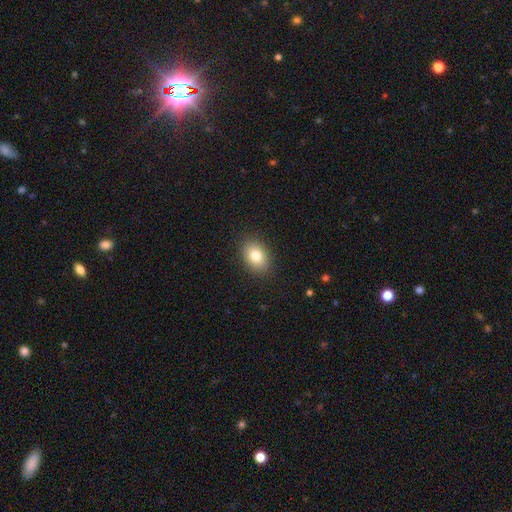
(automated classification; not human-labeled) Smooth or featured: smooth — 80% (featured or disk — 10%)
How rounded: in between — 74% (round — 25%)
Merging: none — 88% (minor disturbance — 8%)